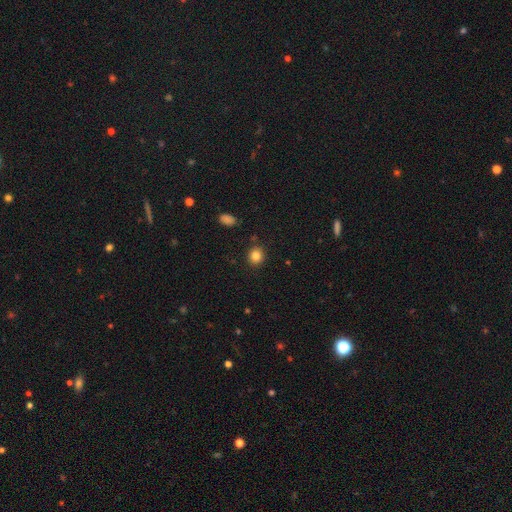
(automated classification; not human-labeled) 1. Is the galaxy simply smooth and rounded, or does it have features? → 84% smooth, 11% star or artifact, 5% featured or disk.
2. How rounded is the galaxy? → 78% round, 21% in between, 1% cigar-shaped.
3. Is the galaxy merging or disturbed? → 88% none, 8% minor disturbance, 2% major disturbance, 2% merger.